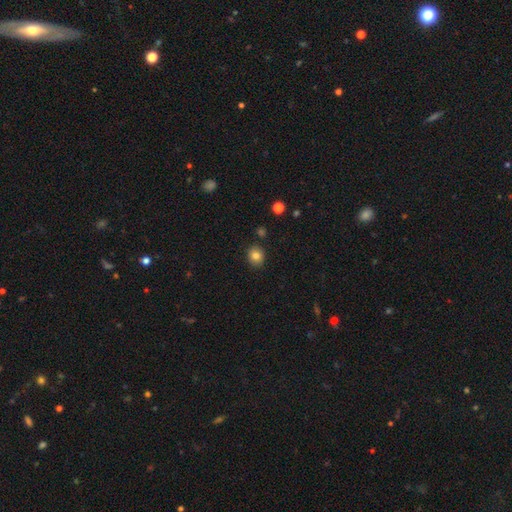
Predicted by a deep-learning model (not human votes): smooth 82%, star or artifact 11%, featured or disk 7%. Down the decision tree: how rounded — round (73%); merging — none (87%).